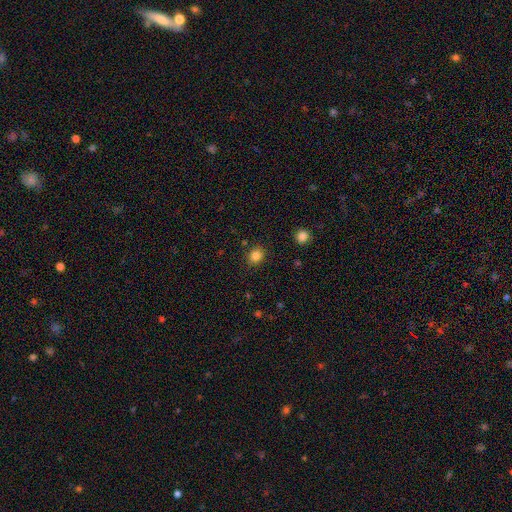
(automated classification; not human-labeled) smooth-or-featured: smooth: 84% | star or artifact: 12% | featured or disk: 4%
  how-rounded: round: 70% | in between: 29% | cigar-shaped: 1%
  merging: none: 86% | minor disturbance: 10% | major disturbance: 3% | merger: 2%